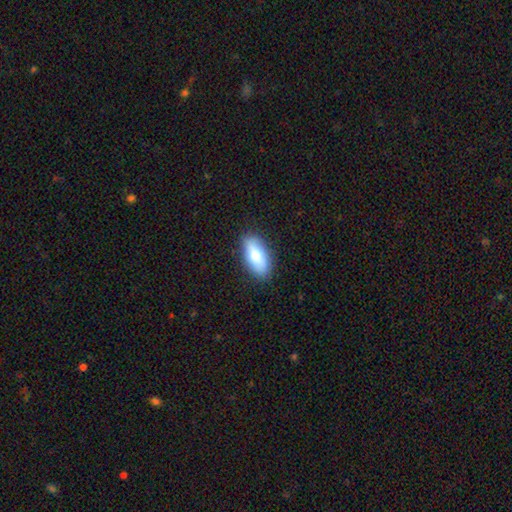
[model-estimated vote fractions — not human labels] This is likely a smooth galaxy (74%). How rounded: clearly in between (85%). Merging: clearly none (86%).